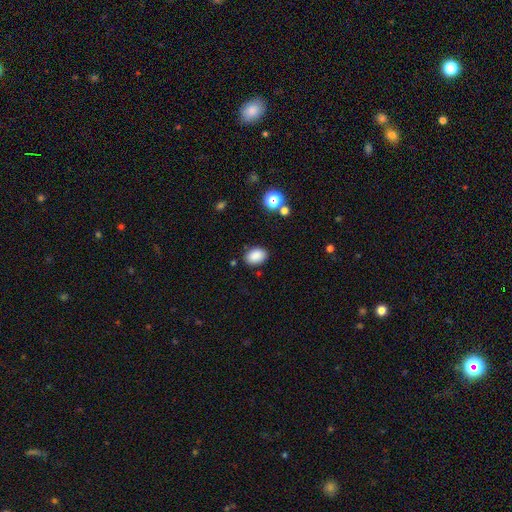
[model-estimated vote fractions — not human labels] This appears to be a smooth galaxy with no disk features (87%) that is in between round and cigar-shaped (78%). Merging: none (85%).